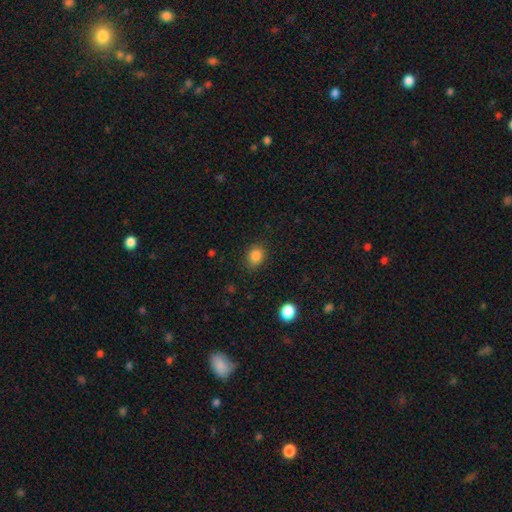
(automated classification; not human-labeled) A smooth galaxy with no disk features (85%) that is round (50%).

Vote fractions:
- Smooth or featured? smooth: 85% / star or artifact: 11% / featured or disk: 5%
- How rounded? round: 50% / in between: 49% / cigar-shaped: 1%
- Merging? none: 84% / minor disturbance: 12% / major disturbance: 3% / merger: 1%